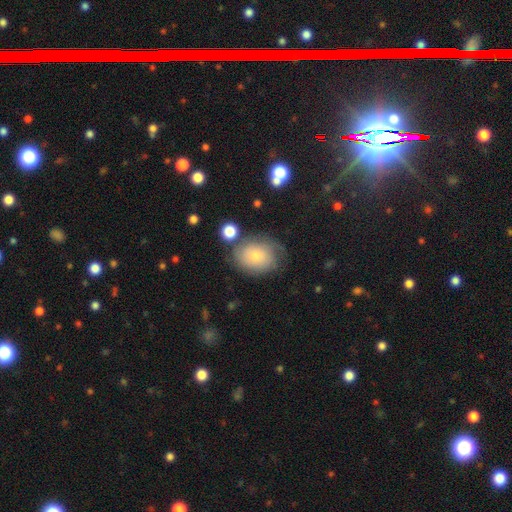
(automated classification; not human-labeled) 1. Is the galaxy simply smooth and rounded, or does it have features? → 61% smooth, 30% featured or disk, 9% star or artifact.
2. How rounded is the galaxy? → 52% in between, 47% round, 1% cigar-shaped.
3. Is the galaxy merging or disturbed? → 59% none, 24% minor disturbance, 11% major disturbance, 6% merger.